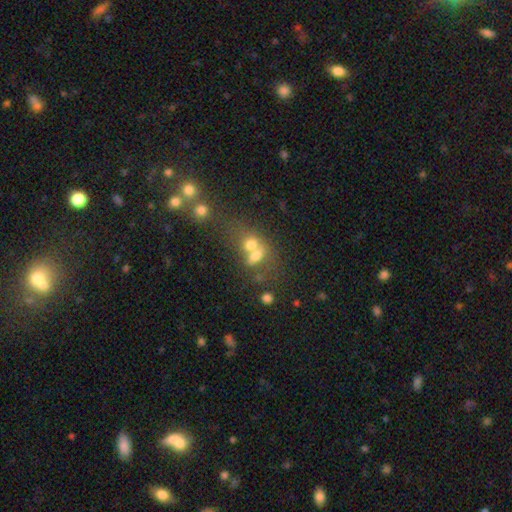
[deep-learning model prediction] Smooth or featured: smooth — 66% (featured or disk — 19%)
How rounded: in between — 67% (round — 27%)
Merging: merger — 61% (none — 23%)